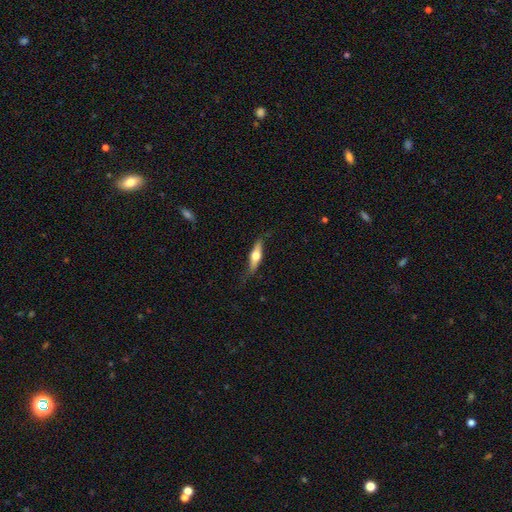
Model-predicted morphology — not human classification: featured or disk 51%, smooth 44%, star or artifact 5%. Down the decision tree: edge-on disk — yes (91%); merging — none (75%).